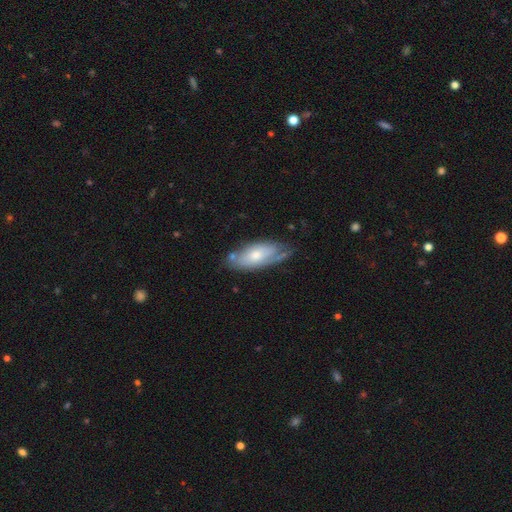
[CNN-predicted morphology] This is possibly a smooth galaxy (48%). Merging: possibly none (57%).